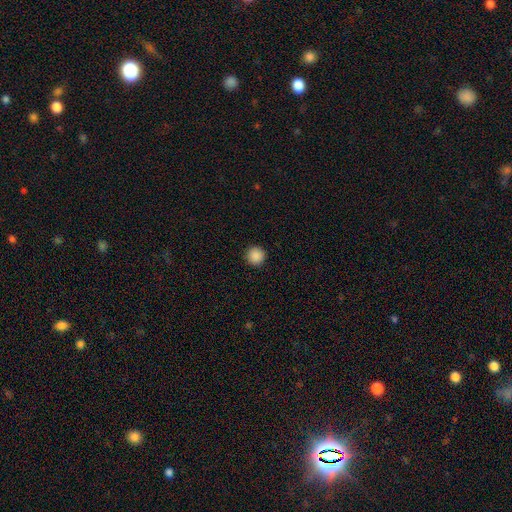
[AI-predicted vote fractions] Smooth or featured: smooth — 89% (star or artifact — 9%)
How rounded: round — 96% (in between — 3%)
Merging: none — 93% (minor disturbance — 4%)